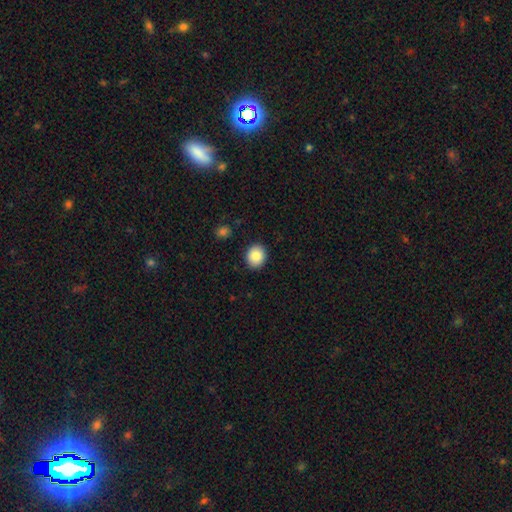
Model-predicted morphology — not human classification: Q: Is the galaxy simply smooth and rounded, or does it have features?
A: smooth — 87%.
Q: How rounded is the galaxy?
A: round — 72%.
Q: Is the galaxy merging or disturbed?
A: none — 90%.